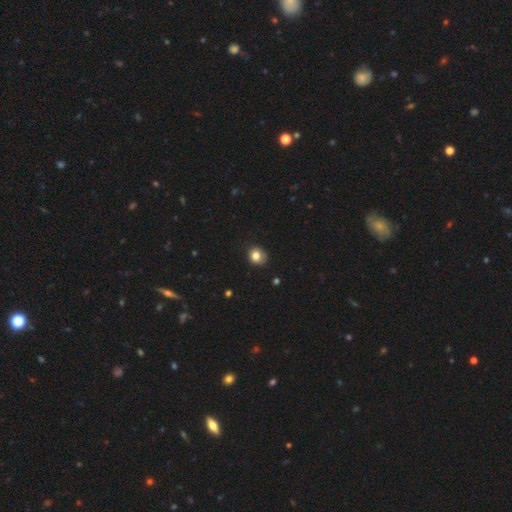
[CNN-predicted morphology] A smooth galaxy with no disk features (81%) that is round (75%).

Vote fractions:
- Smooth or featured? smooth: 81% / star or artifact: 11% / featured or disk: 8%
- How rounded? round: 75% / in between: 24% / cigar-shaped: 1%
- Merging? none: 78% / minor disturbance: 17% / major disturbance: 3% / merger: 1%